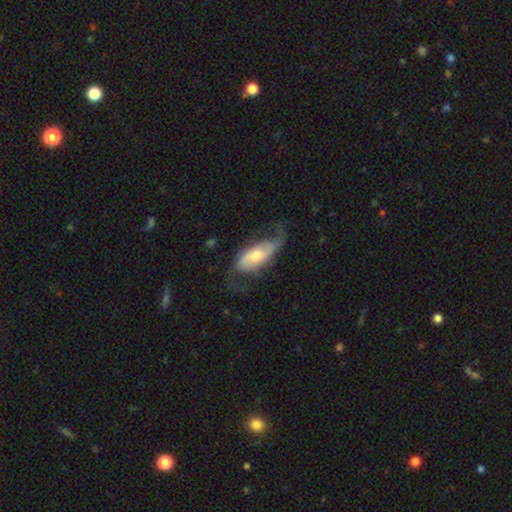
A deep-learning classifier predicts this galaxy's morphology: This appears to be a featured or disk galaxy (63%) with no bar (45%), spiral arms (86%) and a moderate central bulge (49%). Merging: none (50%).